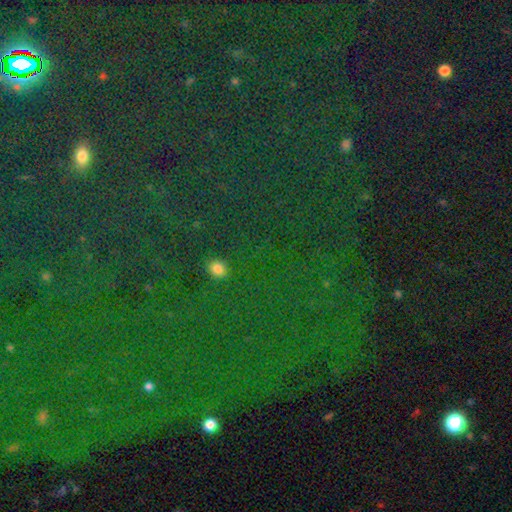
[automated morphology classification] Smooth or featured?
  - star or artifact: 81% *
  - smooth: 11%
  - featured or disk: 8%